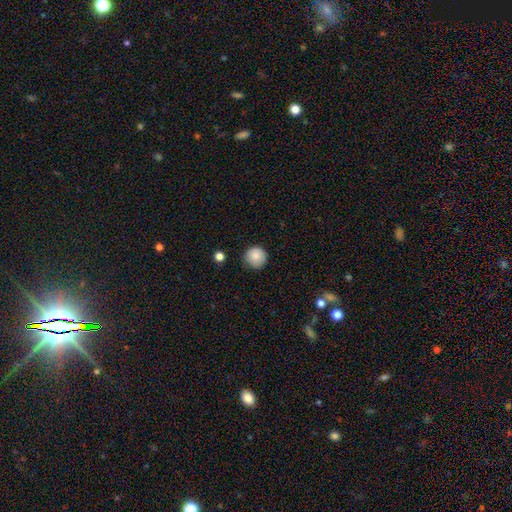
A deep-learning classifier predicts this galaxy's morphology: Smooth or featured? smooth (86%)
How rounded? round (95%)
Merging? none (81%)